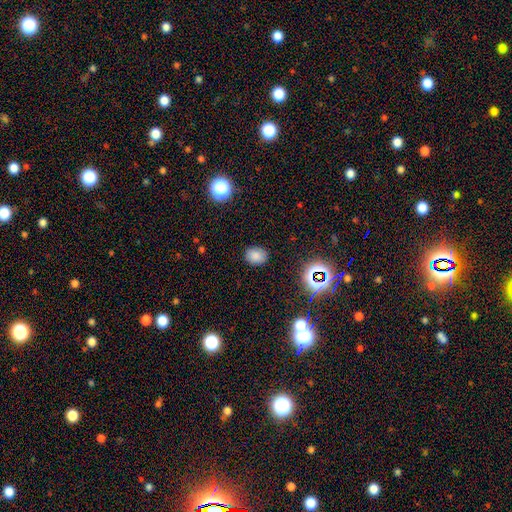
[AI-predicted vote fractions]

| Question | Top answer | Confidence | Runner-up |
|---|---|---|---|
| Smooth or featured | smooth | 78% | star or artifact (16%) |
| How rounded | in between | 53% | round (46%) |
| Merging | none | 84% | minor disturbance (11%) |